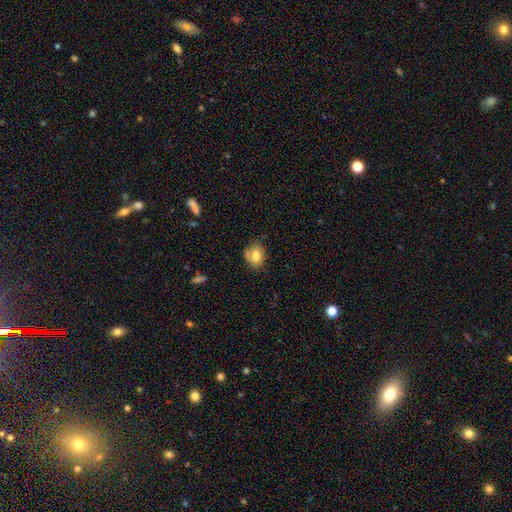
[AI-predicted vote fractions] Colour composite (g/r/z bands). It shows a smooth galaxy with no disk features (71%) that is in between round and cigar-shaped (63%). Merging: none (60%).